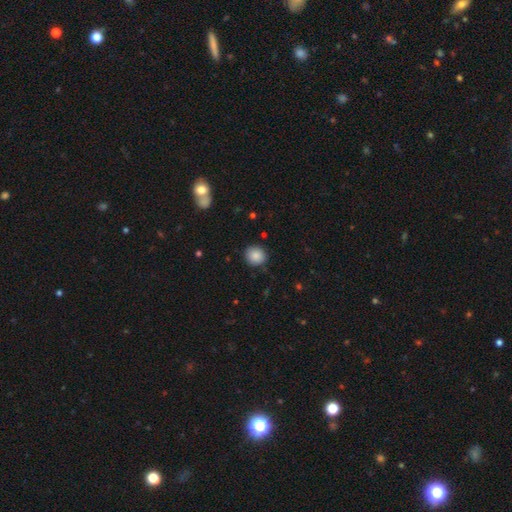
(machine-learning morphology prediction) This appears to be a smooth galaxy with no disk features (87%) that is round (89%). Merging: none (87%).